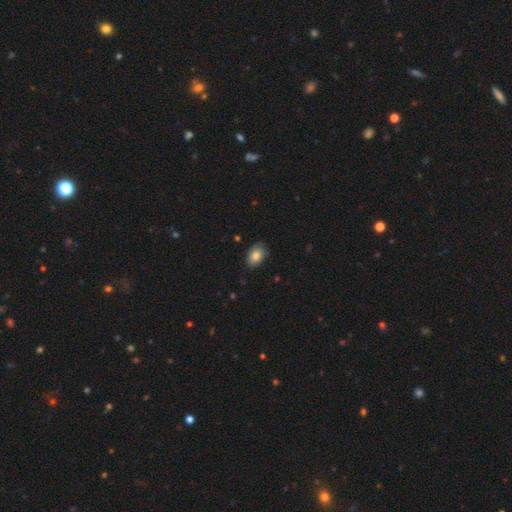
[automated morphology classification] This appears to be a smooth galaxy with no disk features (80%) that is in between round and cigar-shaped (88%). Merging: none (77%).